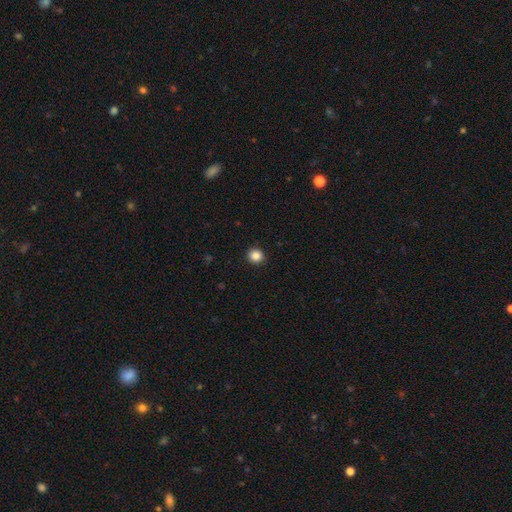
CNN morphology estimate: This is clearly a smooth galaxy (86%). How rounded: clearly round (90%). Merging: clearly none (93%).